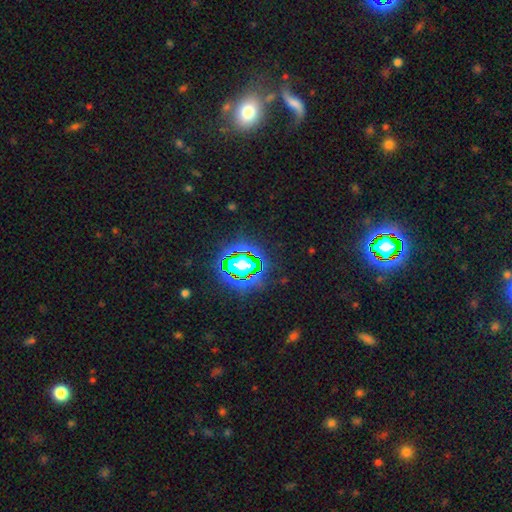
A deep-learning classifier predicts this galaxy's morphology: The model was most divided on "smooth or featured": star or artifact: 78%, smooth: 14%, featured or disk: 9%.